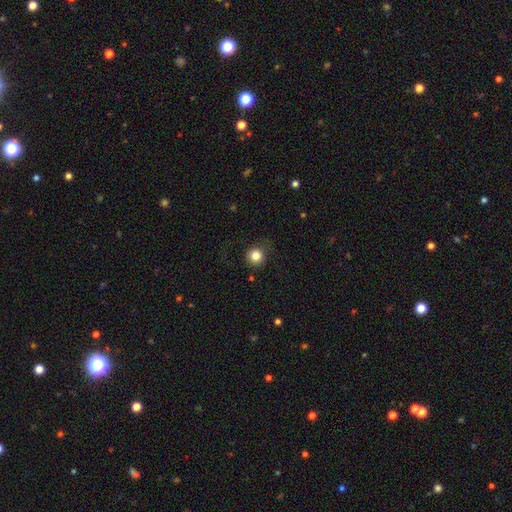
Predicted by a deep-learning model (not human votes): smooth_or_featured: smooth (p=0.83) [alt: star or artifact p=0.11]
how_rounded: round (p=0.93) [alt: in between p=0.06]
merging: none (p=0.82) [alt: minor disturbance p=0.12]